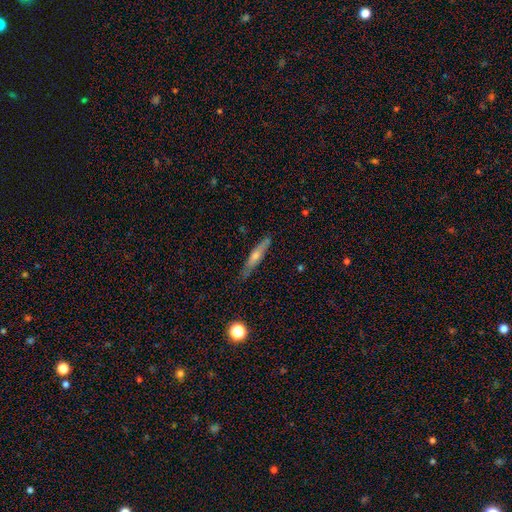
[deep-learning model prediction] Overall: featured or disk (47%; smooth 46%). Merging: none (83%).